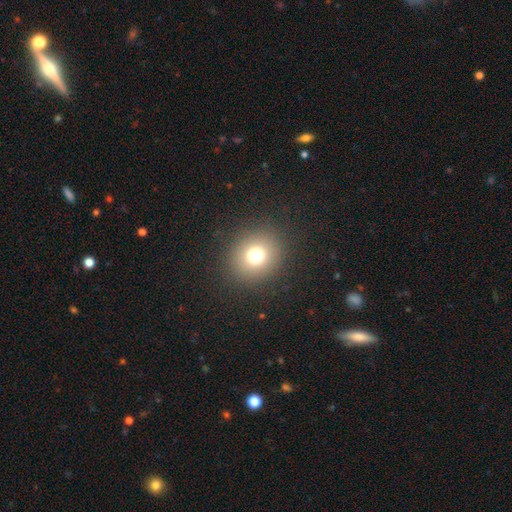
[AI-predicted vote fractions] The model was most divided on "smooth or featured": smooth: 73%, star or artifact: 17%, featured or disk: 10%. More confident: merging — none (89%); how rounded — round (84%).